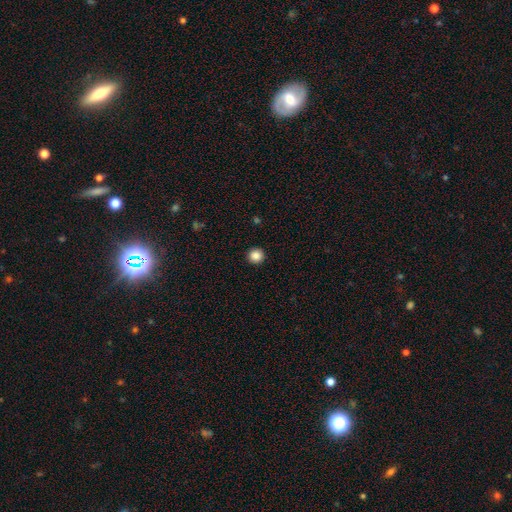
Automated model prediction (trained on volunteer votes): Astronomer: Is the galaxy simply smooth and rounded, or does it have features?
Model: smooth — 87%.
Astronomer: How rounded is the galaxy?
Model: round — 95%.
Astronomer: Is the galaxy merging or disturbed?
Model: none — 93%.